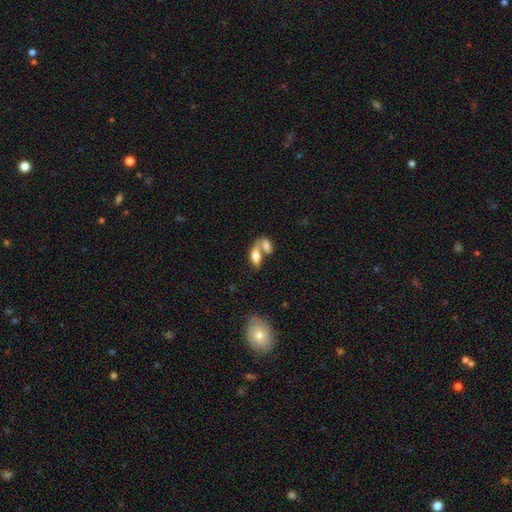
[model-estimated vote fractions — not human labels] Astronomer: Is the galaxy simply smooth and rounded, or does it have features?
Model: smooth — 70%.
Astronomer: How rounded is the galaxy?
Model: in between — 84%.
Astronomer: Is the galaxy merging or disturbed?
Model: merger — 61%.